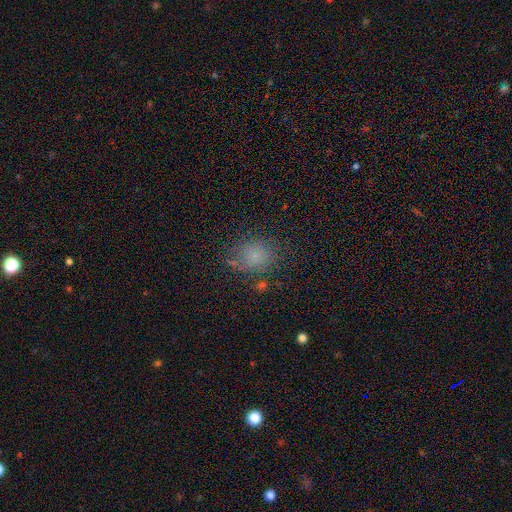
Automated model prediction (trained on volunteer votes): smooth_or_featured: smooth (p=0.75) [alt: star or artifact p=0.18]
how_rounded: round (p=0.68) [alt: in between p=0.31]
merging: none (p=0.76) [alt: minor disturbance p=0.15]